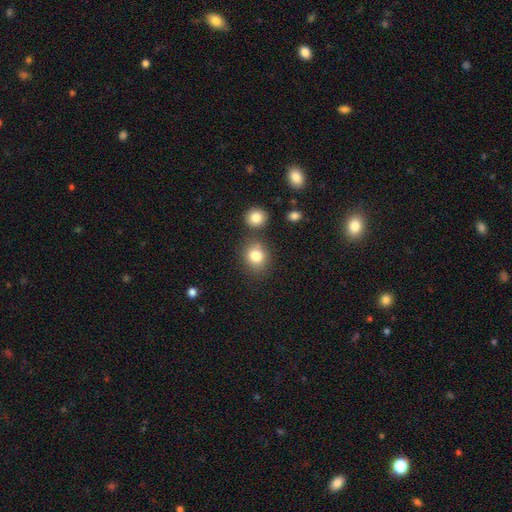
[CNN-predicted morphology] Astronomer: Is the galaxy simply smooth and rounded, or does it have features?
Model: smooth — 82%.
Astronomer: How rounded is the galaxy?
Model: round — 76%.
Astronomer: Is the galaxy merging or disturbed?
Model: none — 71%.